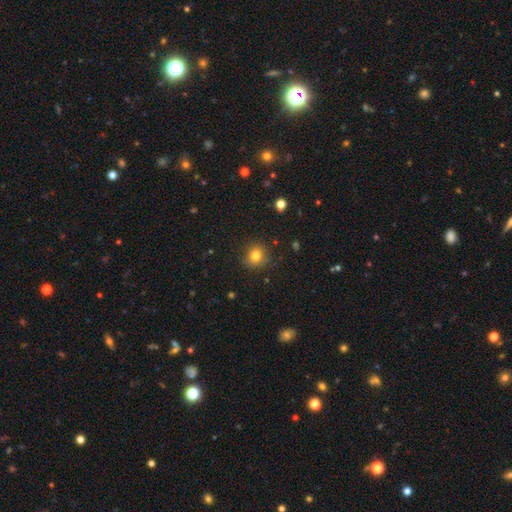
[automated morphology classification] type=smooth (80%); roundness=round (85%); merging=none (85%).